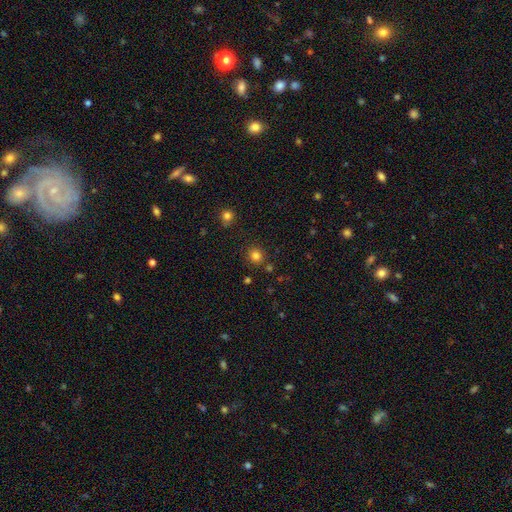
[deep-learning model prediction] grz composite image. It shows a smooth galaxy with no disk features (82%) that is round (87%). Merging: none (86%).